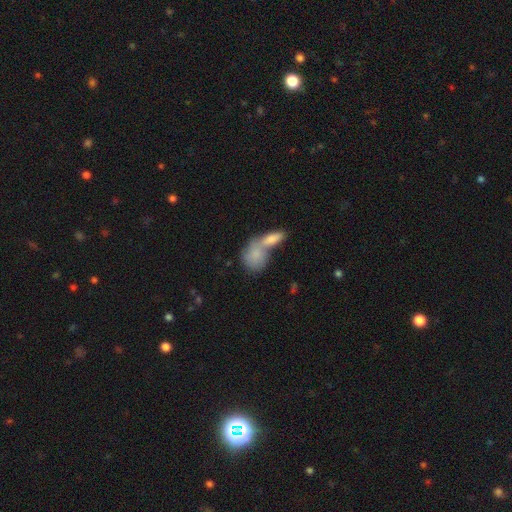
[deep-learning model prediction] smooth-or-featured: smooth: 79% | featured or disk: 15% | star or artifact: 7%
  how-rounded: in between: 61% | round: 33% | cigar-shaped: 6%
  merging: merger: 65% | none: 23% | minor disturbance: 8% | major disturbance: 5%